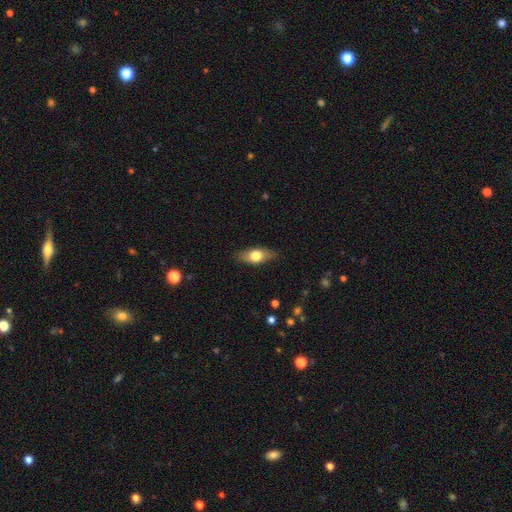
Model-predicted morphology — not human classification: Smooth or featured?
  - smooth: 67% *
  - featured or disk: 27%
  - star or artifact: 6%
How rounded?
  - in between: 78% *
  - cigar-shaped: 17%
  - round: 5%
Merging?
  - none: 84% *
  - minor disturbance: 12%
  - major disturbance: 3%
  - merger: 1%